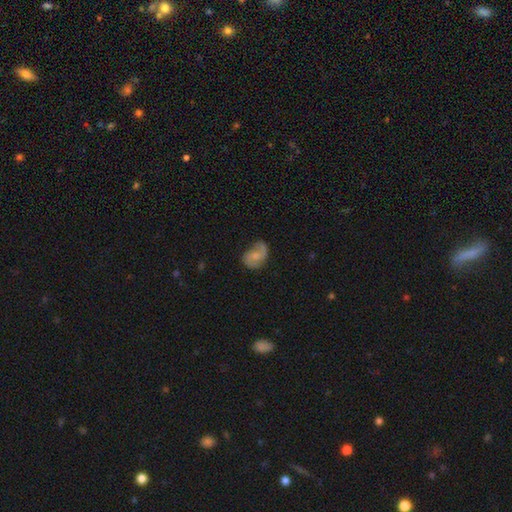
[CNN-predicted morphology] This is likely a featured or disk galaxy (65%). It is clearly not viewed edge-on (98%). Bar: likely no (61%). Spiral arm pattern: clearly yes (91%). Spiral arm count: likely 2 (79%). Spiral winding: marginally medium (44%). Central bulge: possibly small (51%). Merging: possibly none (58%).